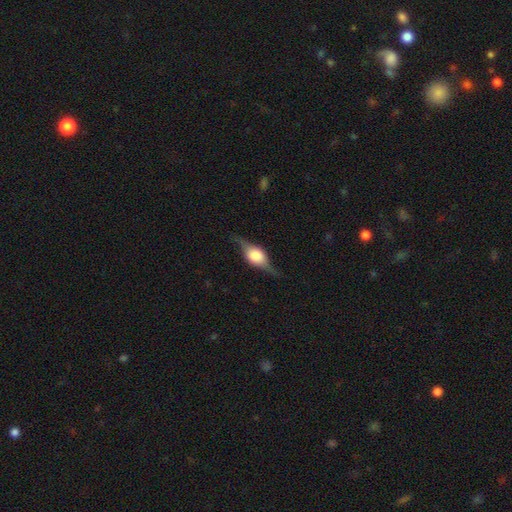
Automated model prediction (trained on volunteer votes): Morphology: type=featured or disk (71%); edge-on=yes (93%); edge-on bulge=rounded (87%); merging=none (76%).